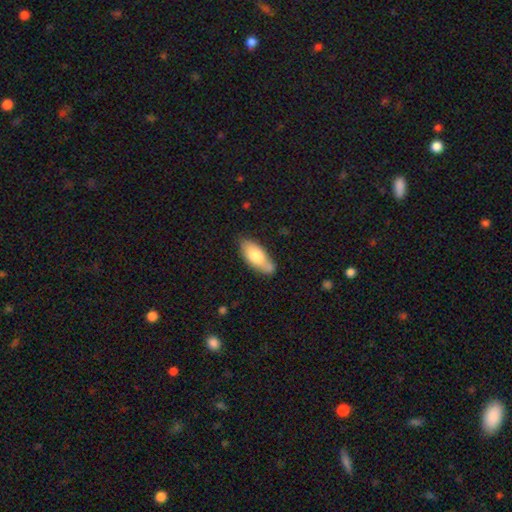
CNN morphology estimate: type=smooth (72%); roundness=in between (81%); merging=none (65%).